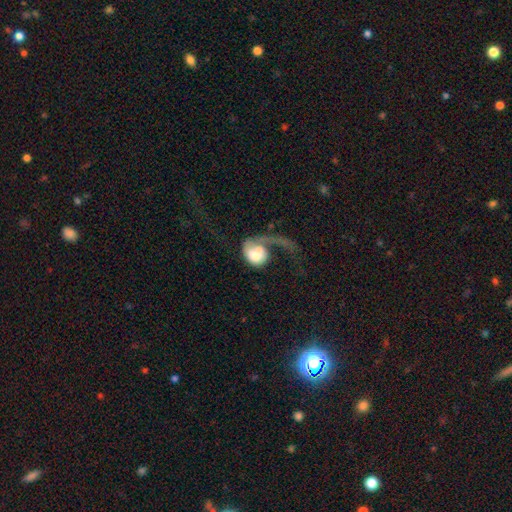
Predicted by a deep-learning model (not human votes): Smooth or featured? featured or disk (48%)
Merging? major disturbance (57%)